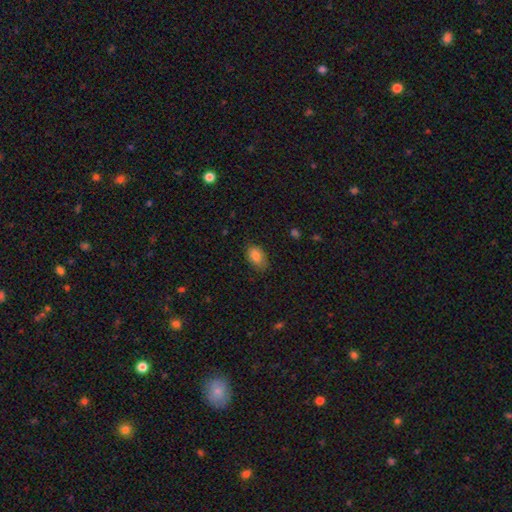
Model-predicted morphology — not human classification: A smooth galaxy with no disk features (83%) that is in between round and cigar-shaped (89%). Merging: none (73%).